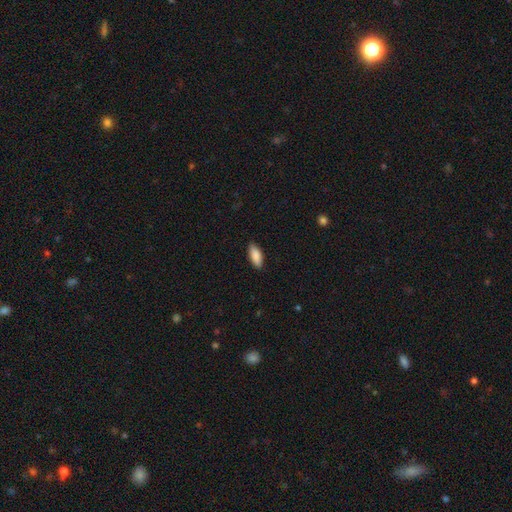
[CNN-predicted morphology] This appears to be a smooth galaxy with no disk features (88%) that is in between round and cigar-shaped (81%). Merging: none (87%).